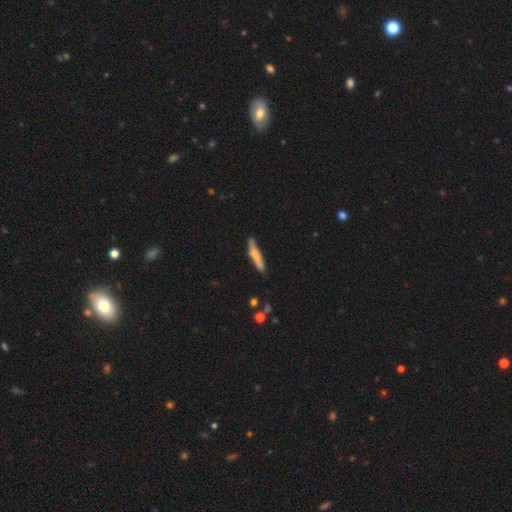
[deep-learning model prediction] Q: Smooth or featured?
A: smooth (65%); runner-up: featured or disk (29%)
Q: How rounded?
A: cigar-shaped (90%); runner-up: in between (9%)
Q: Merging?
A: none (73%); runner-up: minor disturbance (19%)